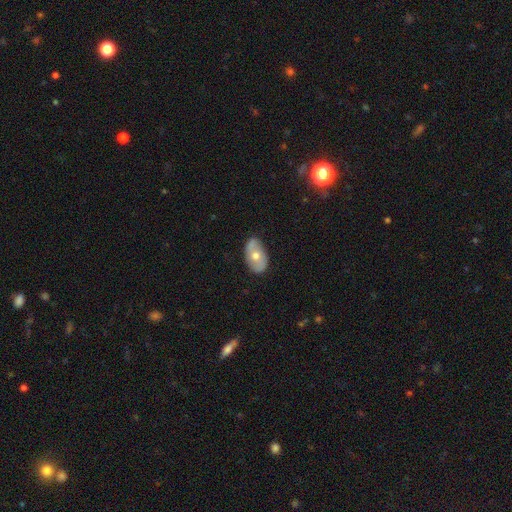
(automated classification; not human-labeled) This appears to be a smooth galaxy with no disk features (49%). Merging: none (77%).